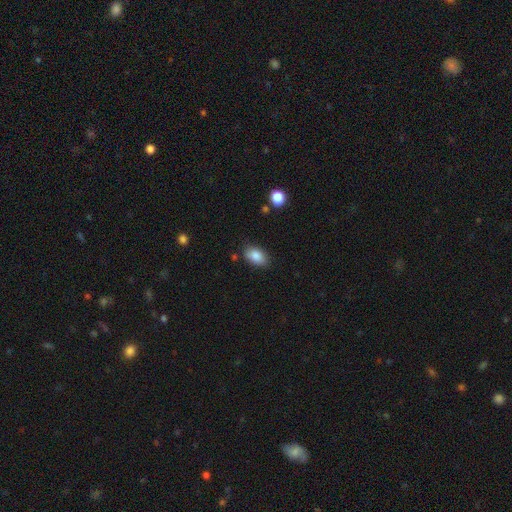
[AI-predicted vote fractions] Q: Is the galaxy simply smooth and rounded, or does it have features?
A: smooth — 85%.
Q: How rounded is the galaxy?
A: in between — 89%.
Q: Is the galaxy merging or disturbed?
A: none — 82%.